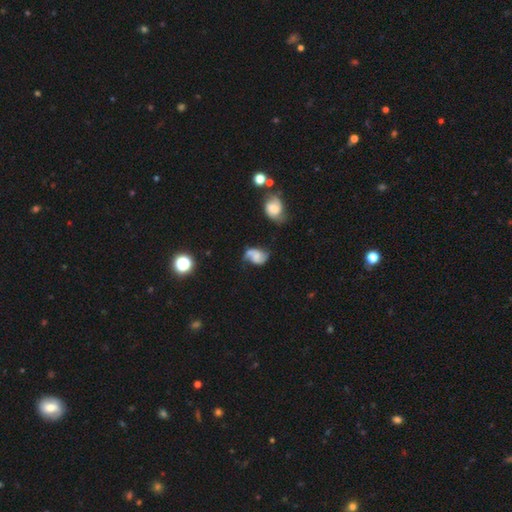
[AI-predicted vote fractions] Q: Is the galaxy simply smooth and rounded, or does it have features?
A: featured or disk — 64%.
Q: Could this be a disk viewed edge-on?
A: no — 98%.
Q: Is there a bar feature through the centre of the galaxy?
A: no — 60%.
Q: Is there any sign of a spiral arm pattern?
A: yes — 91%.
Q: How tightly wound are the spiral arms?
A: loose — 46%.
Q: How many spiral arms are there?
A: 2 — 83%.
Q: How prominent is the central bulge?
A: none — 46%.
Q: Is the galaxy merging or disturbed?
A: none — 52%.